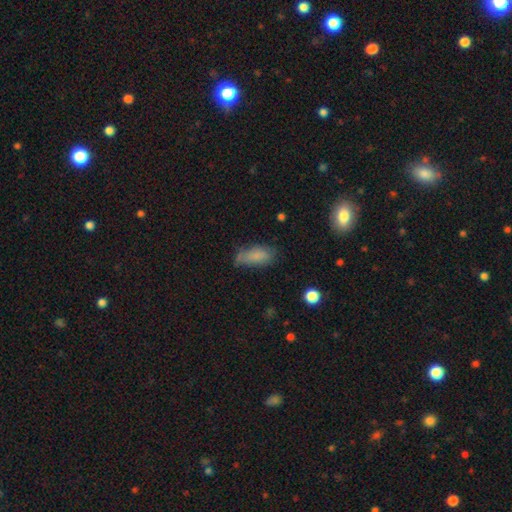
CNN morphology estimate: Smooth or featured?
  - smooth: 80% *
  - featured or disk: 11%
  - star or artifact: 9%
How rounded?
  - in between: 81% *
  - cigar-shaped: 16%
  - round: 3%
Merging?
  - none: 55% *
  - minor disturbance: 31%
  - major disturbance: 10%
  - merger: 4%